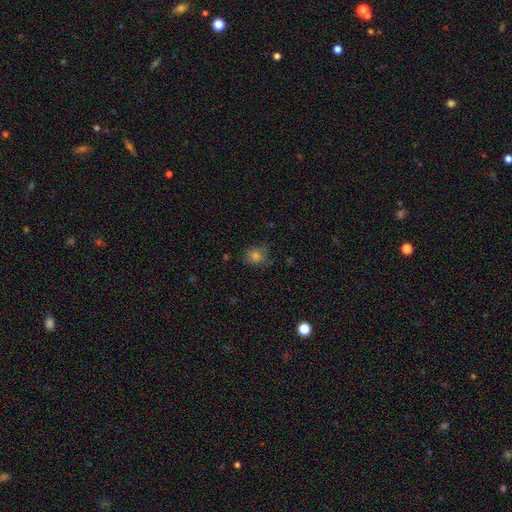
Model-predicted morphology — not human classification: smooth 72%, star or artifact 18%, featured or disk 9%. Down the decision tree: how rounded — round (79%); merging — none (76%).